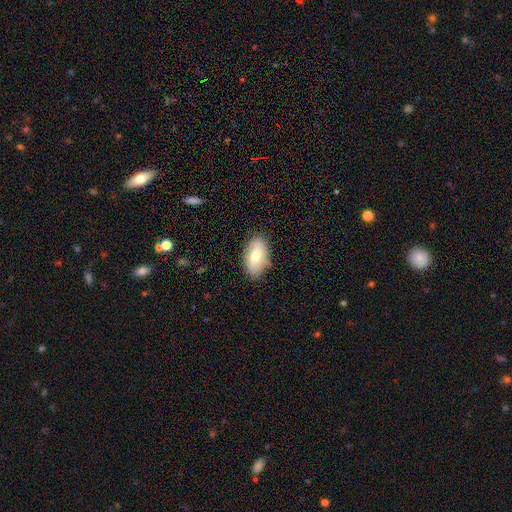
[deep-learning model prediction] The model was most divided on "smooth or featured": smooth: 54%, featured or disk: 39%, star or artifact: 7%. More confident: how rounded — in between (92%); merging — none (82%).